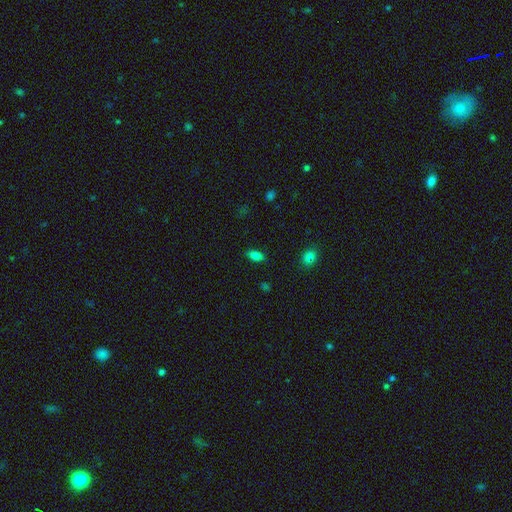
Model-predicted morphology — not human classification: This appears to be a smooth galaxy with no disk features (80%) that is in between round and cigar-shaped (88%). Merging: none (86%).